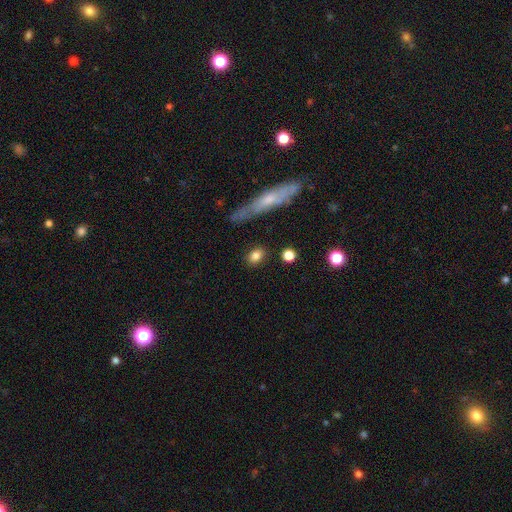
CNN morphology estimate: smooth_or_featured: smooth (p=0.82) [alt: featured or disk p=0.10]
how_rounded: in between (p=0.61) [alt: round p=0.34]
merging: none (p=0.84) [alt: minor disturbance p=0.10]